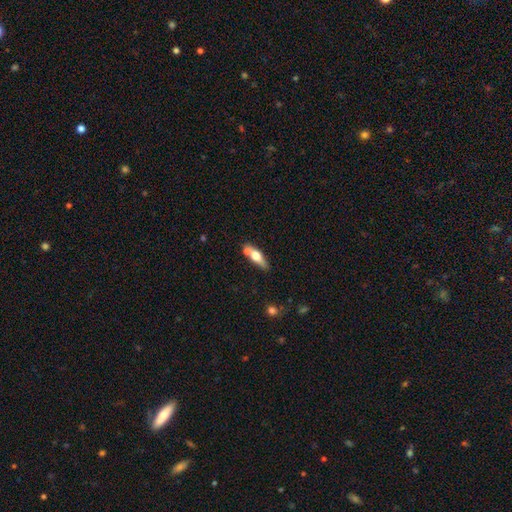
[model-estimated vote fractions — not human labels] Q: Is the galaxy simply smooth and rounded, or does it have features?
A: smooth — 54%.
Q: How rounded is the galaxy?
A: in between — 50%.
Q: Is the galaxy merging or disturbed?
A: none — 55%.